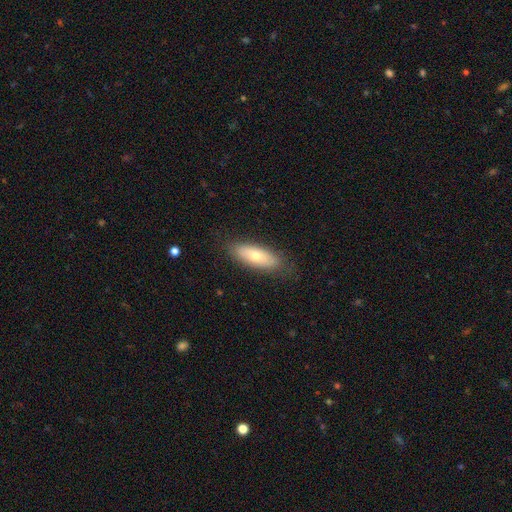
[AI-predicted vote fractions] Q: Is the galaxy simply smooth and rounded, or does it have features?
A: smooth — 69%.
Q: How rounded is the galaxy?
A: in between — 67%.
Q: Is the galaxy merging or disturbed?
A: none — 82%.